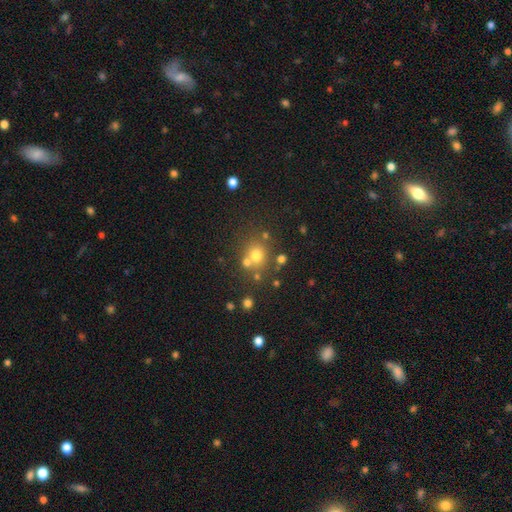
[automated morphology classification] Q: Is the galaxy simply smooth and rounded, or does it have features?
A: smooth — 67%.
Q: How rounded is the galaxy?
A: round — 83%.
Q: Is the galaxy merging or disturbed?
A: none — 63%.